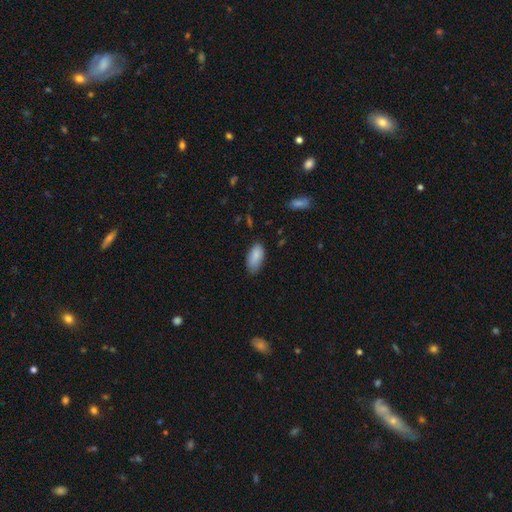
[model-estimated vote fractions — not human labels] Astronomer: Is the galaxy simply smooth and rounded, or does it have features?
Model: smooth — 87%.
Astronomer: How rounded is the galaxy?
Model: in between — 92%.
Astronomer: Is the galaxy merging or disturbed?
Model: none — 71%.